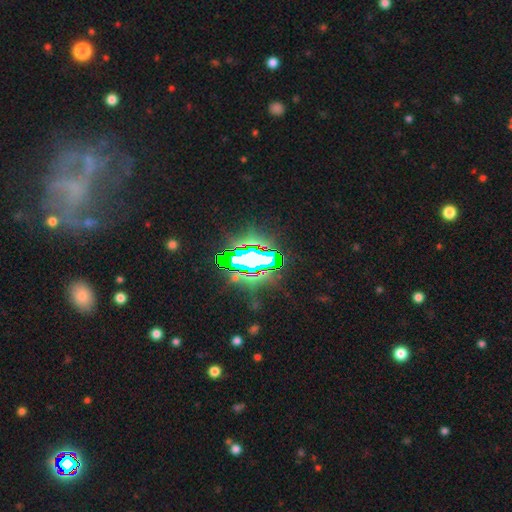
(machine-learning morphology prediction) Overall: star or artifact (71%).